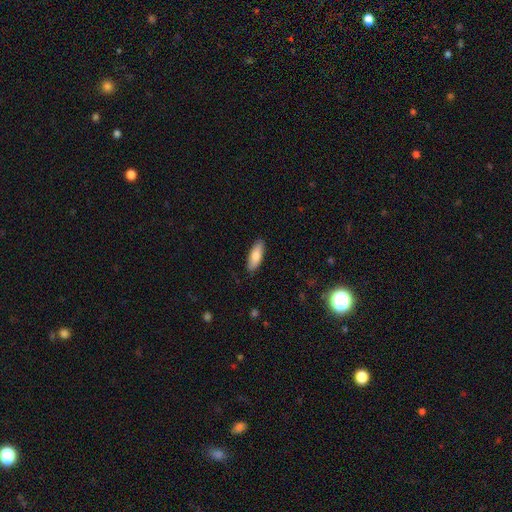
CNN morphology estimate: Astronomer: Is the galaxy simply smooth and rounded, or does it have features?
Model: smooth — 82%.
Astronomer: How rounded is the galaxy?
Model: in between — 69%.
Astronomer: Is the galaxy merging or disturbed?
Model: none — 88%.